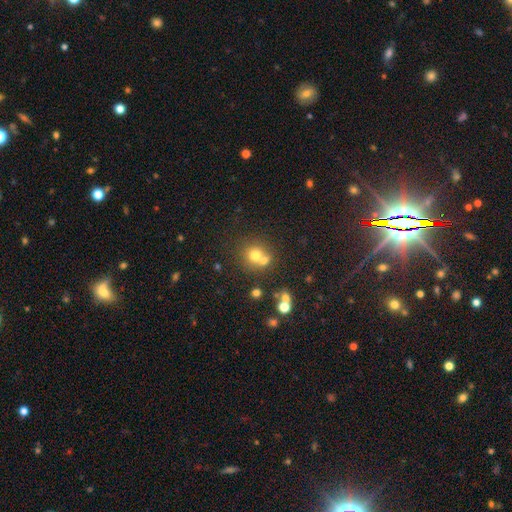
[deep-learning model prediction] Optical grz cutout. It shows a smooth galaxy with no disk features (70%) that is round (86%). Merging: none (51%).